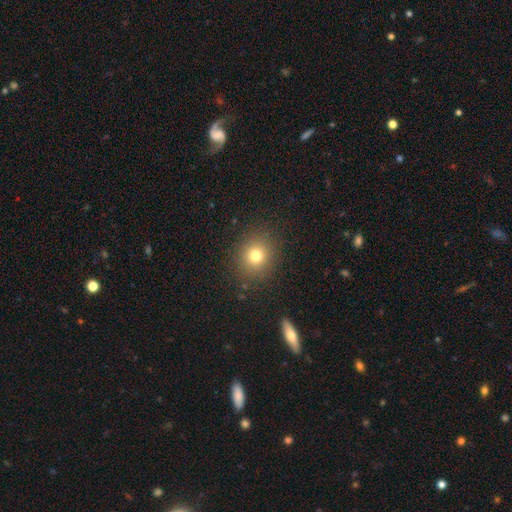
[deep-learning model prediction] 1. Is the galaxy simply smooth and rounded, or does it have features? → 76% smooth, 15% star or artifact, 9% featured or disk.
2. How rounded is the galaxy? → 79% round, 20% in between, 1% cigar-shaped.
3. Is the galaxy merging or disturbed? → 88% none, 8% minor disturbance, 3% major disturbance, 1% merger.